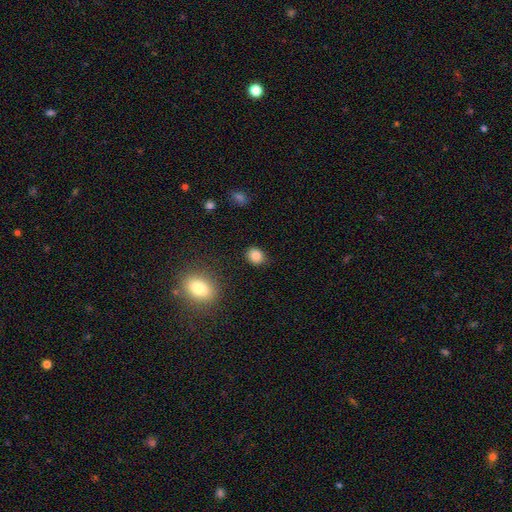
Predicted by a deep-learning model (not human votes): Smooth or featured?
  - smooth: 86% *
  - star or artifact: 10%
  - featured or disk: 3%
How rounded?
  - round: 58% *
  - in between: 41%
  - cigar-shaped: 1%
Merging?
  - none: 84% *
  - minor disturbance: 11%
  - major disturbance: 3%
  - merger: 2%